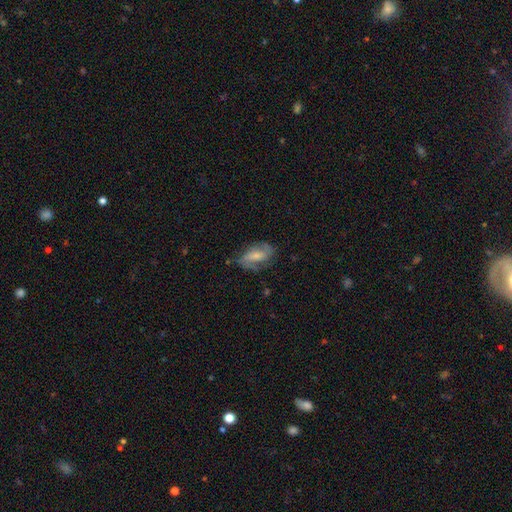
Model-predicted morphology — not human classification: This is likely a featured or disk galaxy (61%). It is clearly not viewed edge-on (95%). Bar: marginally weak (40%). Spiral arm pattern: clearly yes (86%). Central bulge: marginally small (44%). Merging: likely none (61%).